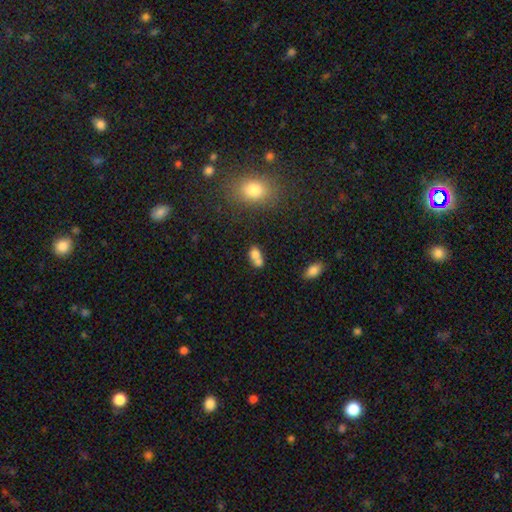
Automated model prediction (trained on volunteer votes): Morphology: type=smooth (73%); roundness=in between (65%); merging=merger (61%).